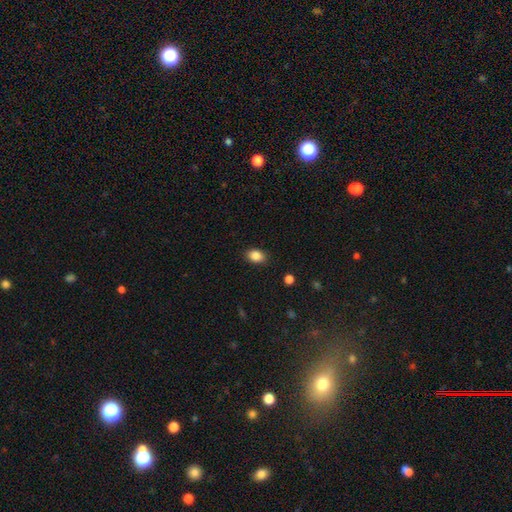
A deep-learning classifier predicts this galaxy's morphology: smooth 87%, star or artifact 9%, featured or disk 5%. Down the decision tree: how rounded — in between (80%); merging — none (87%).